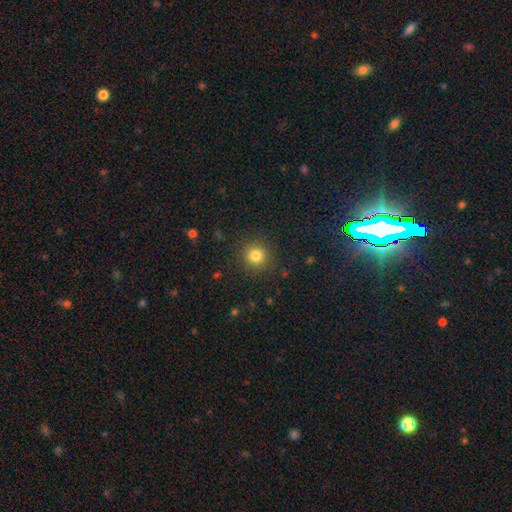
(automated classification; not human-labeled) Overall: smooth (82%). How rounded: round (93%). Merging: none (89%).